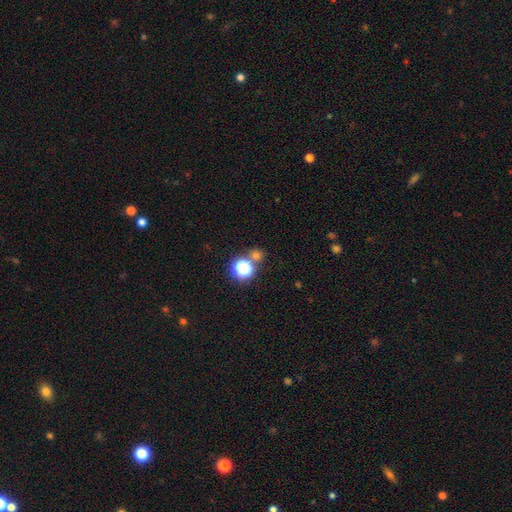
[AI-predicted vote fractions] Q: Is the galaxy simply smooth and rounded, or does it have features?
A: smooth — 64%.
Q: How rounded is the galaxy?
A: round — 88%.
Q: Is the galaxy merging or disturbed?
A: none — 68%.